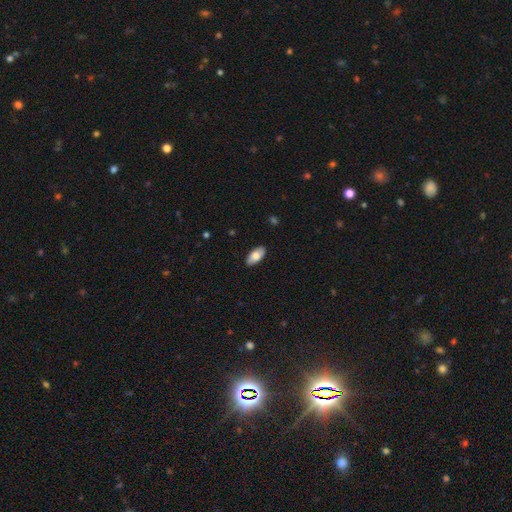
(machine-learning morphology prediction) This is likely a smooth galaxy (77%). How rounded: clearly in between (93%). Merging: clearly none (88%).